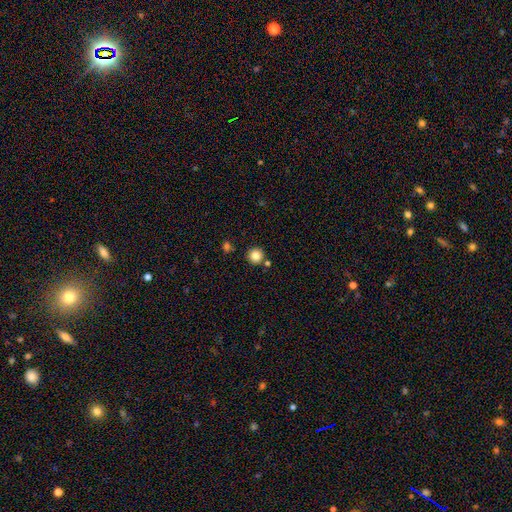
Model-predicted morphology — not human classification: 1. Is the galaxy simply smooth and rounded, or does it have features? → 84% smooth, 11% star or artifact, 5% featured or disk.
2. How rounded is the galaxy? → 95% round, 4% in between, 1% cigar-shaped.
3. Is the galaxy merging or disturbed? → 85% none, 7% minor disturbance, 6% merger, 2% major disturbance.